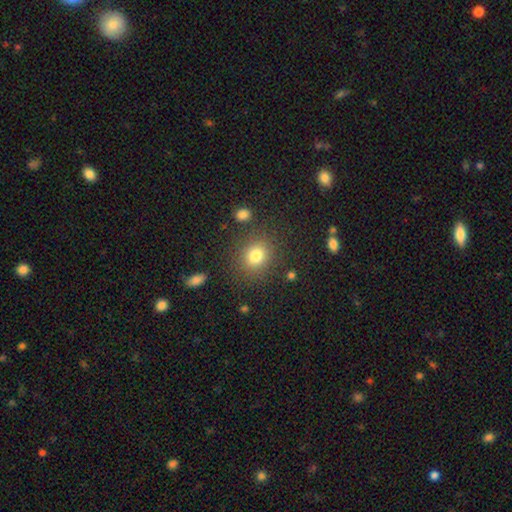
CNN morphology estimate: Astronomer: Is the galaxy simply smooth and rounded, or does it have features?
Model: smooth — 80%.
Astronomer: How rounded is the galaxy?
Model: round — 74%.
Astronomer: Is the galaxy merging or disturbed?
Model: none — 84%.